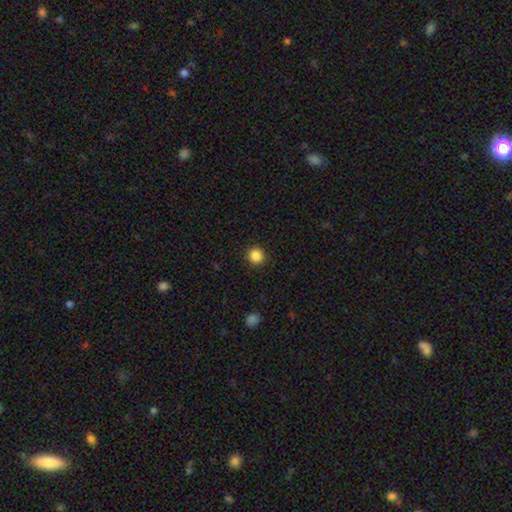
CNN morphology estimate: smooth 87%, star or artifact 11%, featured or disk 3%. Down the decision tree: how rounded — round (92%); merging — none (92%).